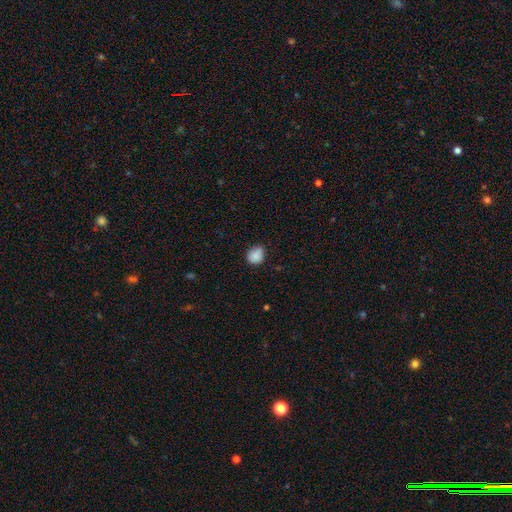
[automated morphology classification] This appears to be a smooth galaxy with no disk features (86%) that is round (69%). Merging: none (62%).